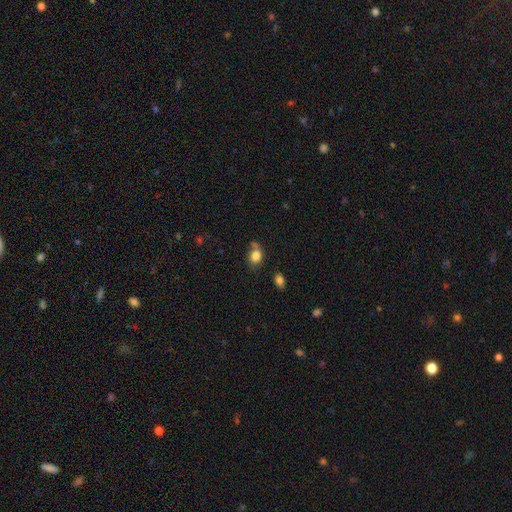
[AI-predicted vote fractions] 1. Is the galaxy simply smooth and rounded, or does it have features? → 81% smooth, 10% star or artifact, 9% featured or disk.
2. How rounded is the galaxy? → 58% in between, 41% round, 1% cigar-shaped.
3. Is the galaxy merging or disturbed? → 52% none, 22% minor disturbance, 17% merger, 9% major disturbance.